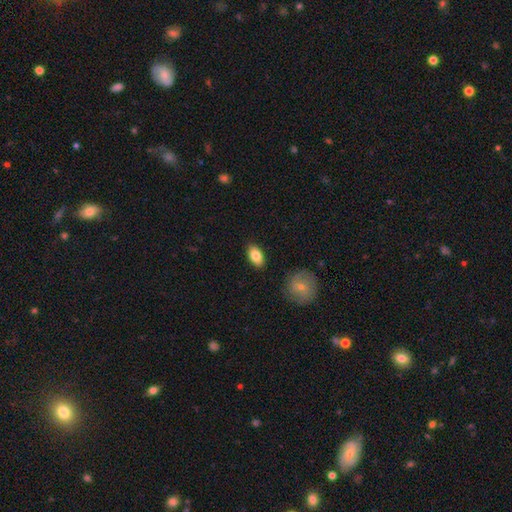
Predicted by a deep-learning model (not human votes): Overall: smooth (82%). How rounded: in between (91%). Merging: none (87%).